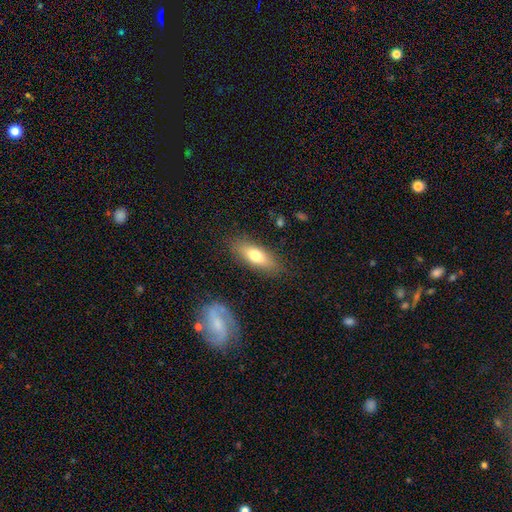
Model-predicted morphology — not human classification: Smooth or featured: smooth — 70% (featured or disk — 24%)
How rounded: in between — 64% (cigar-shaped — 33%)
Merging: none — 83% (minor disturbance — 12%)